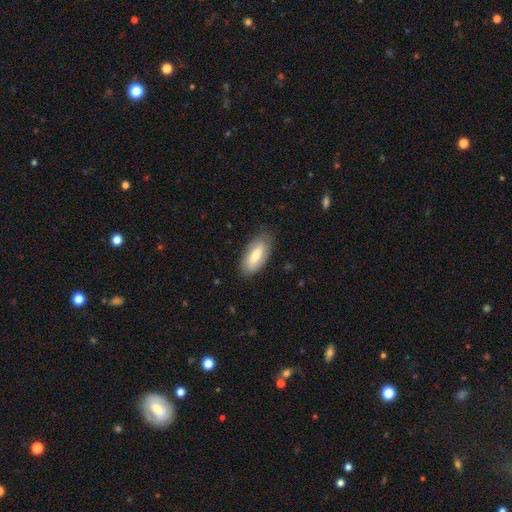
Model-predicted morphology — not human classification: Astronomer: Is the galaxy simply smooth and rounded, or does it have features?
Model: smooth — 60%.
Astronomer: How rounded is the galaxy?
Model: in between — 83%.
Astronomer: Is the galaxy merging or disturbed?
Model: none — 84%.